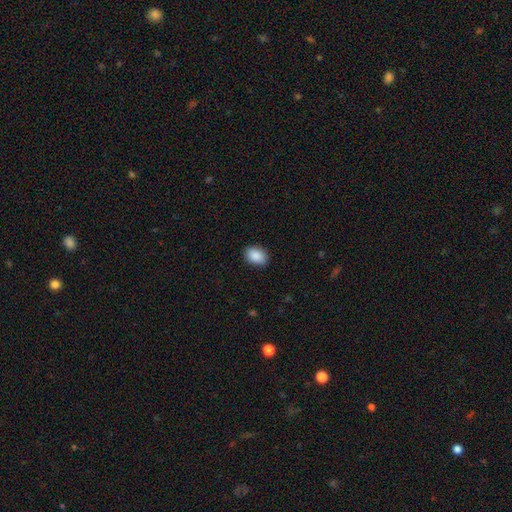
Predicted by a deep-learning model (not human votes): Smooth or featured?
  - smooth: 90% *
  - star or artifact: 7%
  - featured or disk: 3%
How rounded?
  - in between: 83% *
  - round: 16%
  - cigar-shaped: 1%
Merging?
  - none: 89% *
  - minor disturbance: 8%
  - major disturbance: 2%
  - merger: 1%